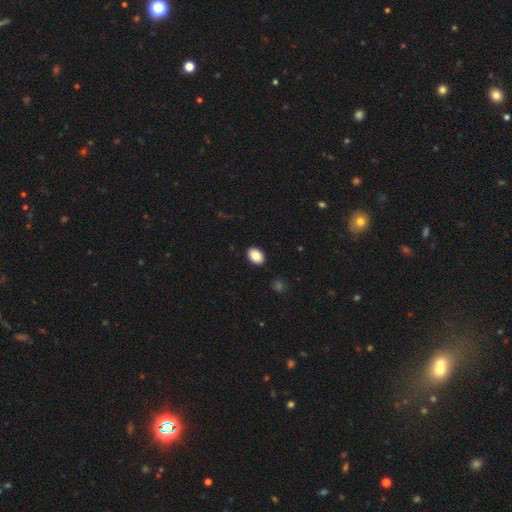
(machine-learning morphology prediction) smooth_or_featured: smooth (p=0.85) [alt: star or artifact p=0.08]
how_rounded: in between (p=0.79) [alt: round p=0.20]
merging: none (p=0.91) [alt: minor disturbance p=0.07]